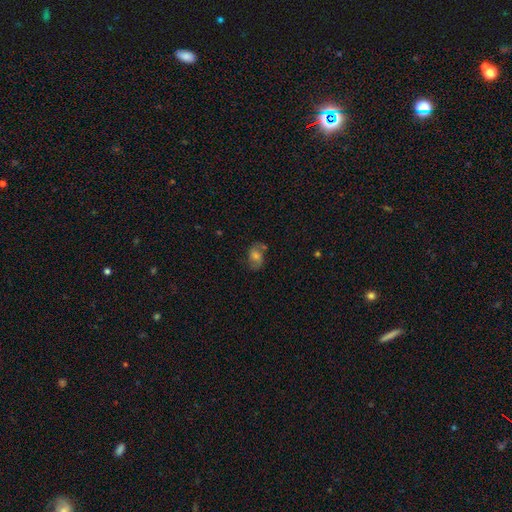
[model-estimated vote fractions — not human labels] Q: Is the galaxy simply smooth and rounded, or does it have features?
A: featured or disk — 45%.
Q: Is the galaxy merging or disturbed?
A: none — 65%.